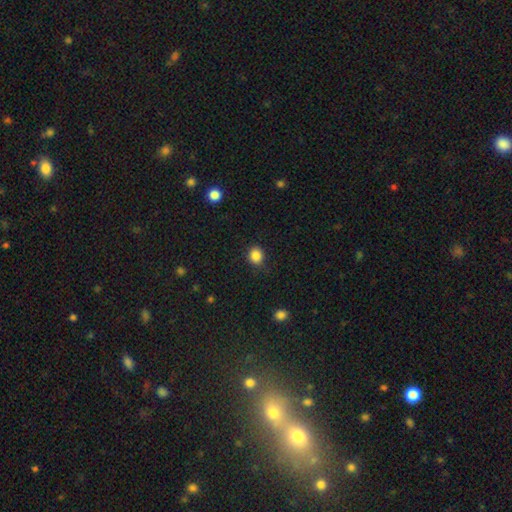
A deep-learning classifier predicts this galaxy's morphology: type=smooth (86%); roundness=round (72%); merging=none (84%).